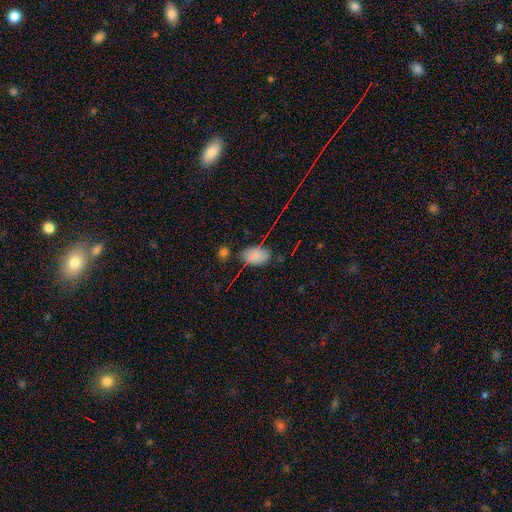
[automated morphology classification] The model was most divided on "merging": none: 73%, minor disturbance: 17%, merger: 5%, major disturbance: 4%. More confident: how rounded — in between (92%); smooth or featured — smooth (79%).